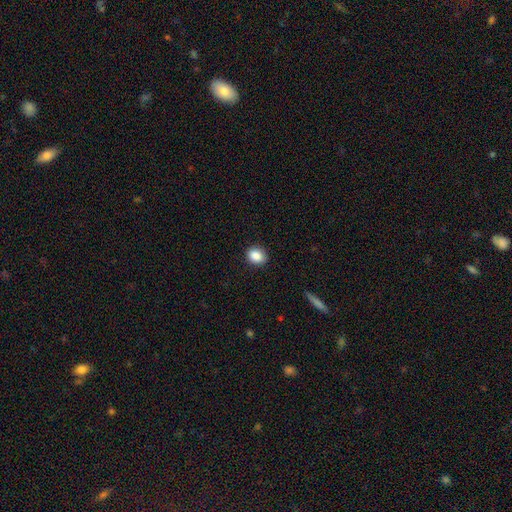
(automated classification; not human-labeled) Q: Smooth or featured?
A: smooth (88%); runner-up: star or artifact (9%)
Q: How rounded?
A: round (54%); runner-up: in between (45%)
Q: Merging?
A: none (88%); runner-up: minor disturbance (8%)